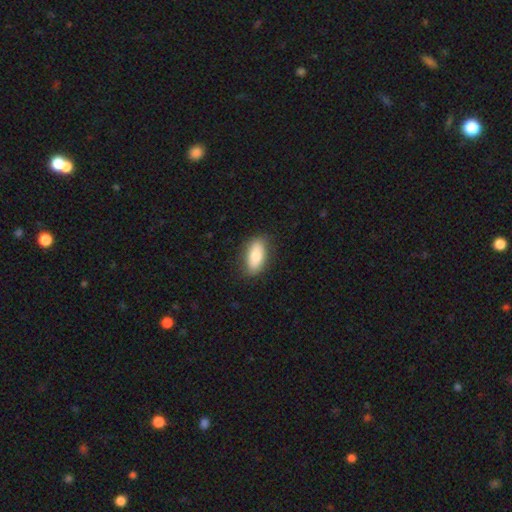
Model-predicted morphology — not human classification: This appears to be a smooth galaxy with no disk features (81%) that is in between round and cigar-shaped (88%). Merging: none (84%).